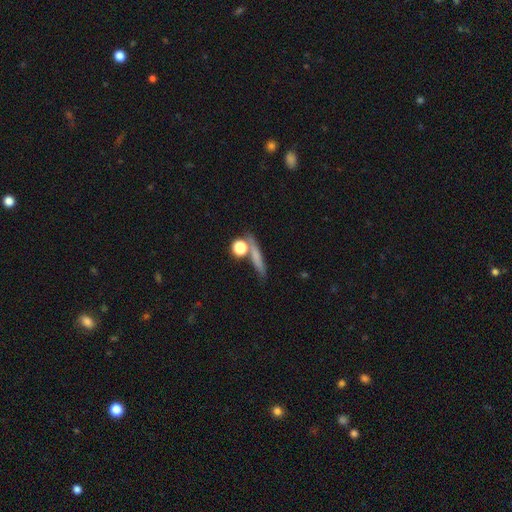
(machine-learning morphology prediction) This appears to be a smooth galaxy with no disk features (64%) that is cigar-shaped (65%). Merging: none (69%).